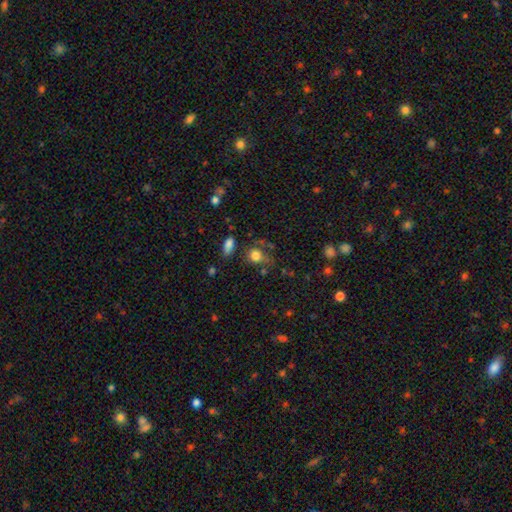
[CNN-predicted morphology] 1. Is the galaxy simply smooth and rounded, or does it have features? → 77% smooth, 13% star or artifact, 10% featured or disk.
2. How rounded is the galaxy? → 62% round, 36% in between, 2% cigar-shaped.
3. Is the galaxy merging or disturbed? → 50% none, 24% minor disturbance, 16% major disturbance, 10% merger.